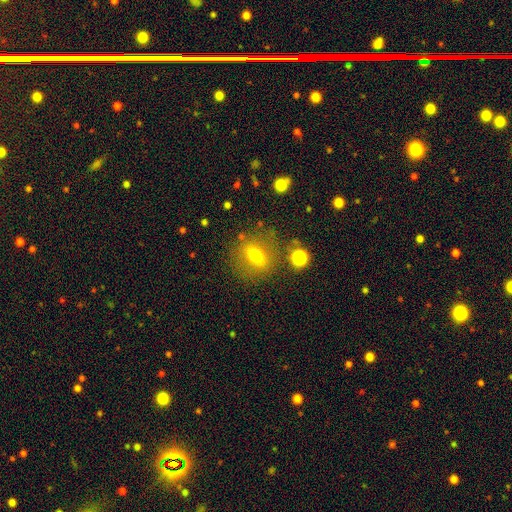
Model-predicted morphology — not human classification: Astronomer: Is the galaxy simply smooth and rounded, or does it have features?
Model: smooth — 61%.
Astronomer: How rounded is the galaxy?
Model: round — 49% (runner-up: in between, 46%).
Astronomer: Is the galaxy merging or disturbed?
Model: none — 77%.